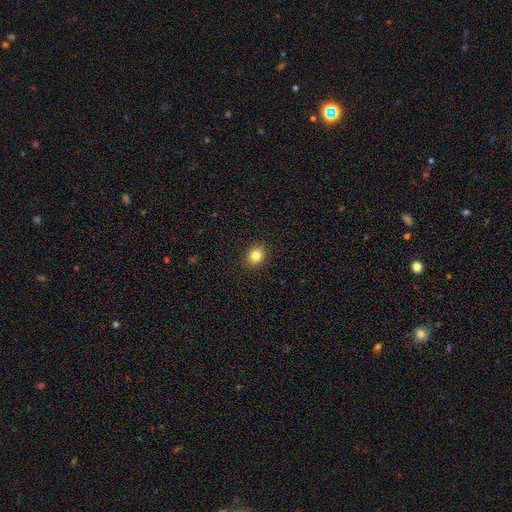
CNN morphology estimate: A smooth galaxy with no disk features (83%) that is round (64%).

Vote fractions:
- Smooth or featured? smooth: 83% / star or artifact: 11% / featured or disk: 6%
- How rounded? round: 64% / in between: 36% / cigar-shaped: 1%
- Merging? none: 91% / minor disturbance: 6% / major disturbance: 2% / merger: 1%